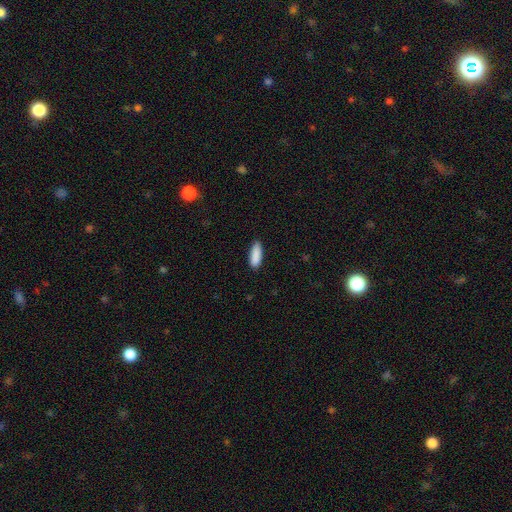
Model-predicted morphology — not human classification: A smooth galaxy with no disk features (90%) that is in between round and cigar-shaped (61%).

Vote fractions:
- Smooth or featured? smooth: 90% / star or artifact: 6% / featured or disk: 4%
- How rounded? in between: 61% / cigar-shaped: 37% / round: 2%
- Merging? none: 85% / minor disturbance: 12% / major disturbance: 2% / merger: 1%